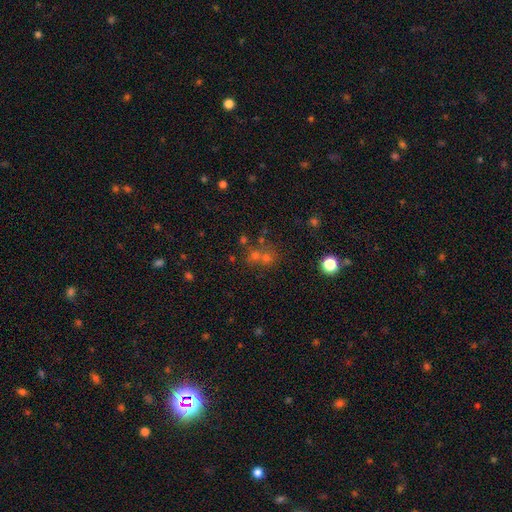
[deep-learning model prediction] This is possibly a smooth galaxy (48%). Merging: possibly none (51%).